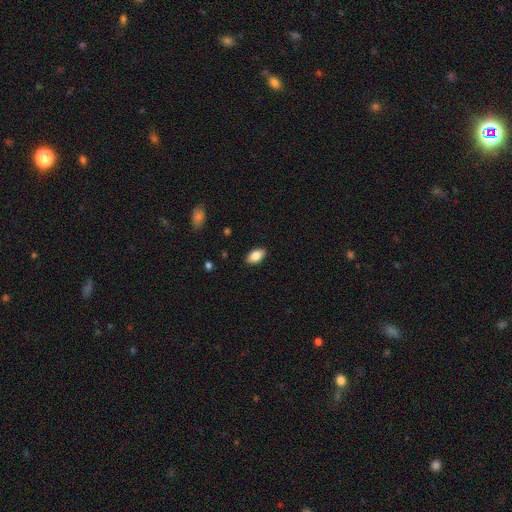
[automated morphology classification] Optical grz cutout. It shows a smooth galaxy with no disk features (84%) that is in between round and cigar-shaped (93%). Merging: none (88%).